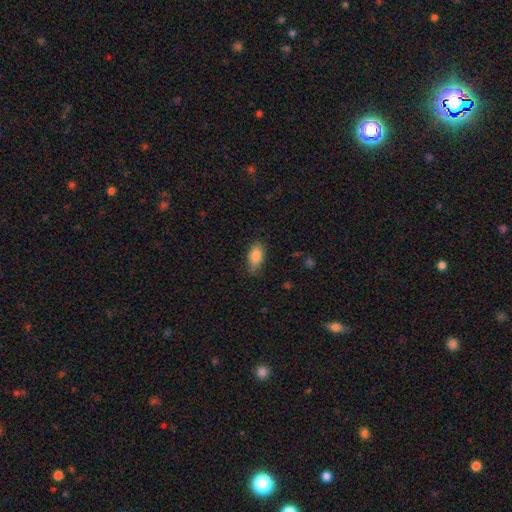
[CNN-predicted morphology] Smooth or featured? smooth (85%)
How rounded? in between (89%)
Merging? none (76%)